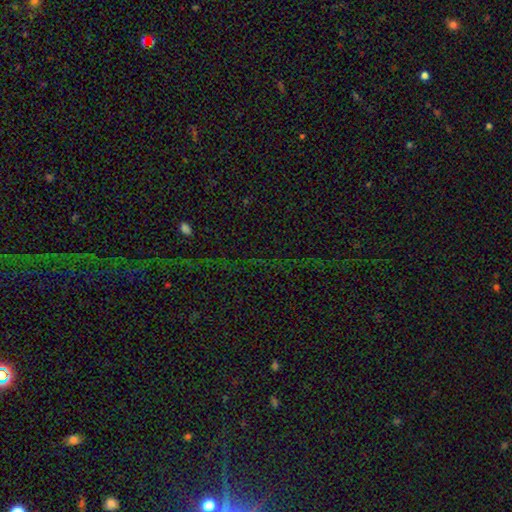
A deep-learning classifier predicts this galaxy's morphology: Overall: star or artifact (77%).